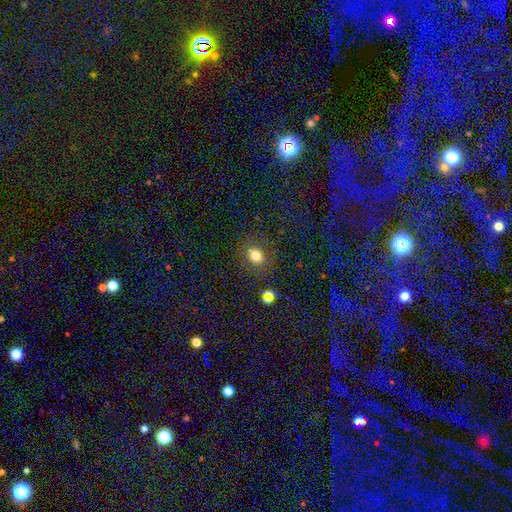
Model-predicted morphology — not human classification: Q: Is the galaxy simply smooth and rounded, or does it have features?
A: smooth — 76%.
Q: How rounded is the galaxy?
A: round — 67%.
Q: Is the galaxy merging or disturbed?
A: none — 82%.